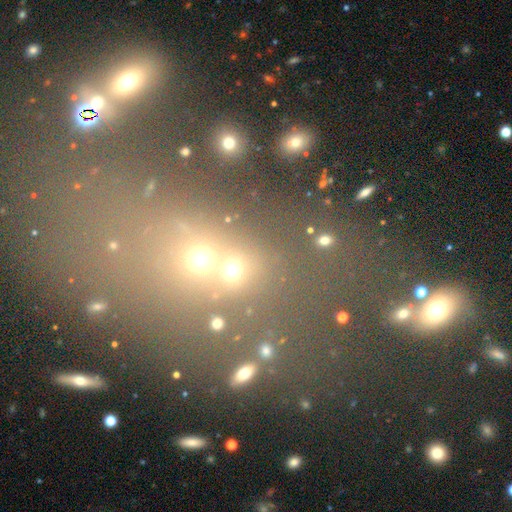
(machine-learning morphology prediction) The model was most divided on "smooth or featured": star or artifact: 47%, smooth: 35%, featured or disk: 17%.